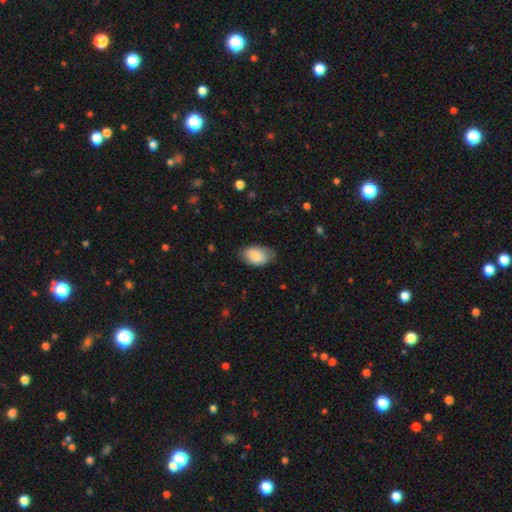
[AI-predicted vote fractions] Smooth or featured: smooth — 84% (featured or disk — 10%)
How rounded: in between — 92% (round — 7%)
Merging: none — 69% (minor disturbance — 25%)